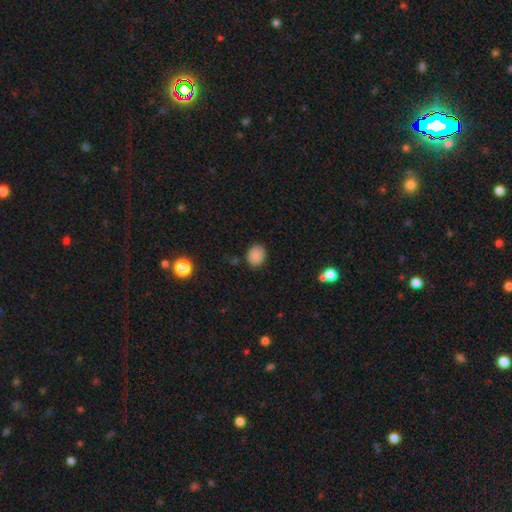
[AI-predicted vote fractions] Smooth or featured? Predicted: smooth (p=0.85). How rounded? Predicted: round (p=0.60). Merging? Predicted: none (p=0.82).